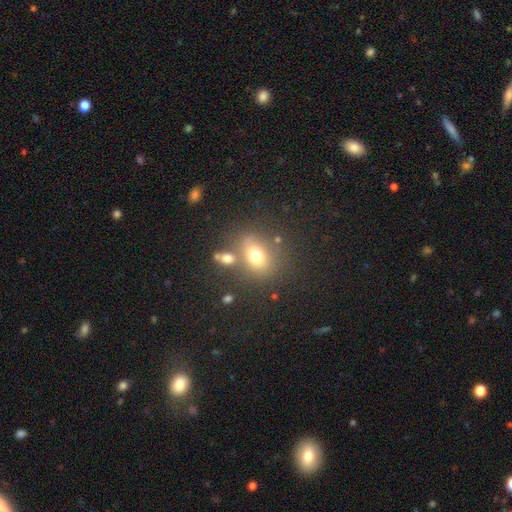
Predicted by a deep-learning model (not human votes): Overall: smooth (72%). How rounded: in between (53%; round 46%). Merging: none (61%).